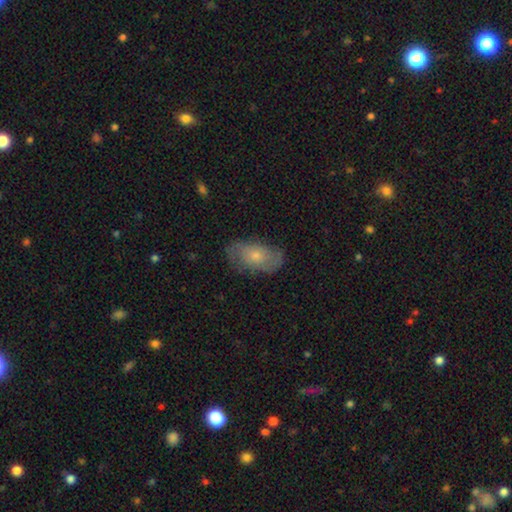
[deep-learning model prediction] Overall: smooth (52%; featured or disk 40%). How rounded: in between (90%). Merging: none (72%).